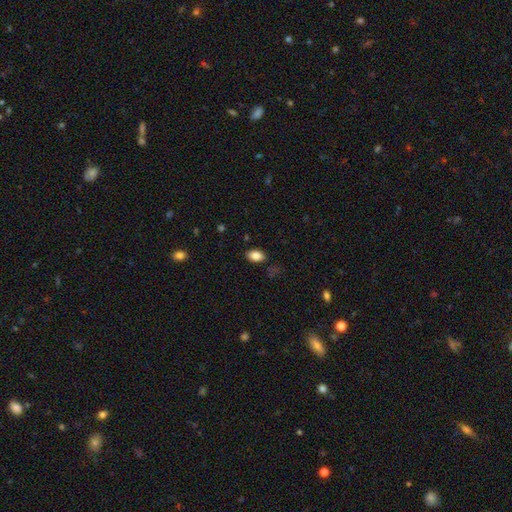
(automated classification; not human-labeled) Overall: smooth (85%). How rounded: in between (90%). Merging: none (84%).